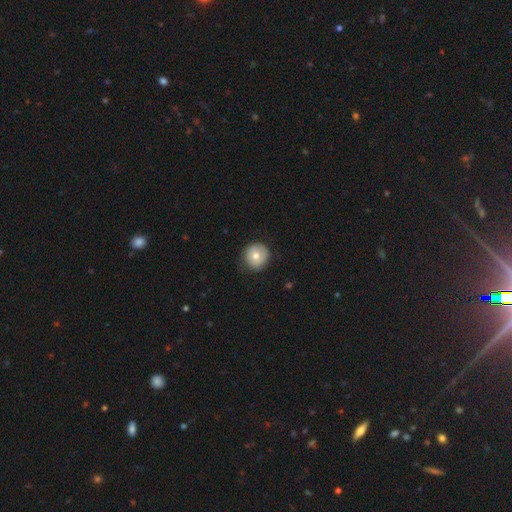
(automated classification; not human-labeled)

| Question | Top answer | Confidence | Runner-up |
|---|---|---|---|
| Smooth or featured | smooth | 68% | featured or disk (24%) |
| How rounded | round | 92% | in between (7%) |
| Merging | none | 82% | minor disturbance (14%) |